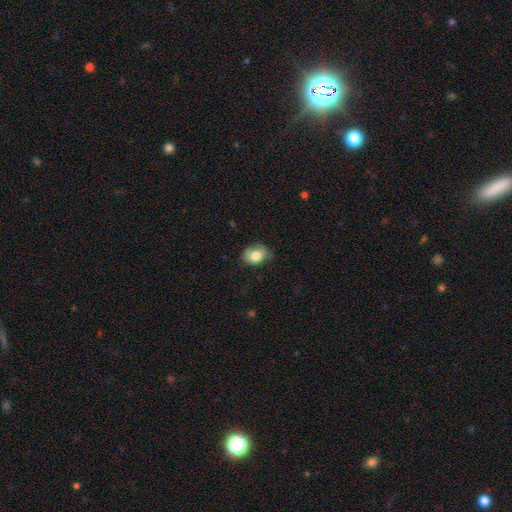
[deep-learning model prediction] A smooth galaxy with no disk features (79%) that is in between round and cigar-shaped (56%).

Vote fractions:
- Smooth or featured? smooth: 79% / featured or disk: 13% / star or artifact: 8%
- How rounded? in between: 56% / round: 43% / cigar-shaped: 1%
- Merging? none: 64% / minor disturbance: 28% / major disturbance: 7% / merger: 1%